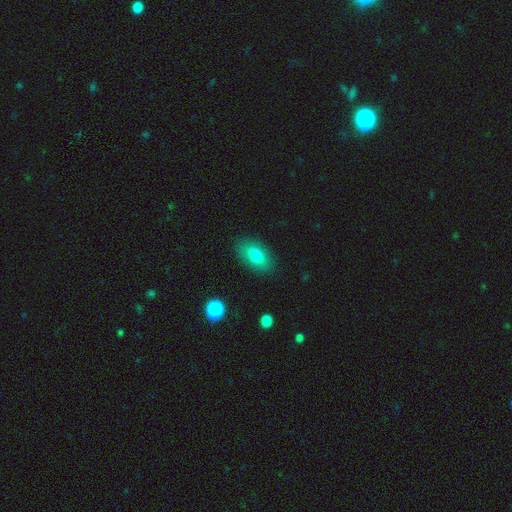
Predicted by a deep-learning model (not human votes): This appears to be a smooth galaxy with no disk features (79%) that is in between round and cigar-shaped (90%). Merging: none (84%).